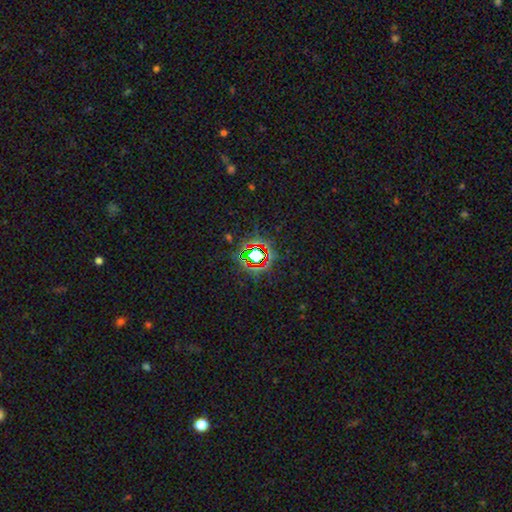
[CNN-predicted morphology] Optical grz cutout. It shows a star or artifact, not a galaxy (76%).